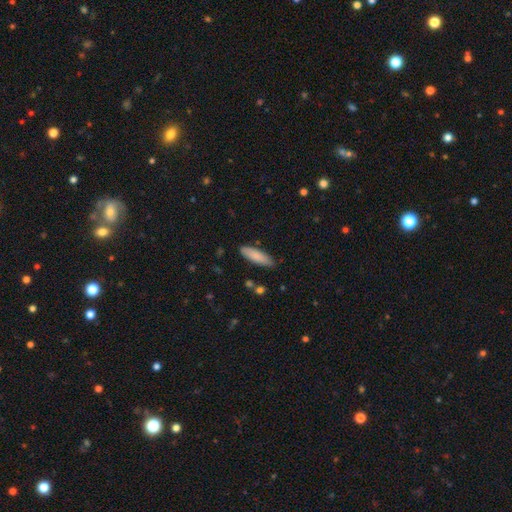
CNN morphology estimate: Smooth or featured? smooth (85%)
How rounded? cigar-shaped (54%)
Merging? none (85%)